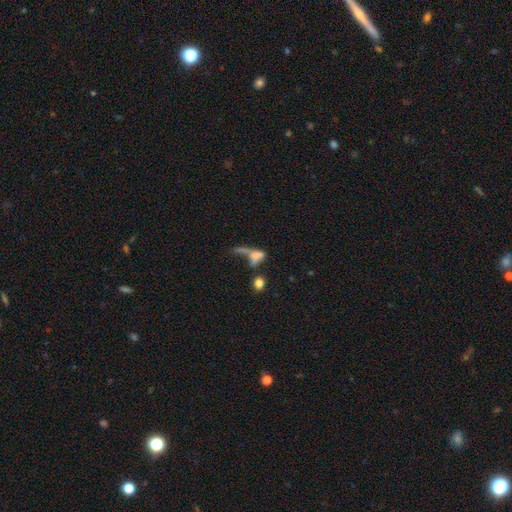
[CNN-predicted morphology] Overall: smooth (53%; featured or disk 32%). How rounded: in between (60%; cigar-shaped 25%). Merging: major disturbance (38%; merger 34%).